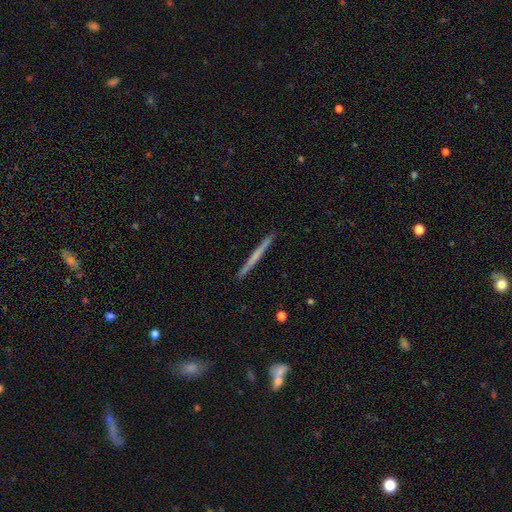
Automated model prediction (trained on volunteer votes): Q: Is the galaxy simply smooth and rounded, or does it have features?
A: smooth — 48%.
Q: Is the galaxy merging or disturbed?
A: none — 93%.